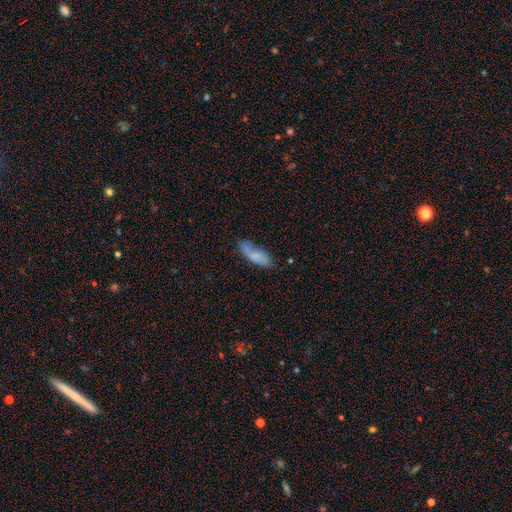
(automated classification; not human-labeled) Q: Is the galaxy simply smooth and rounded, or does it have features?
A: smooth — 72%.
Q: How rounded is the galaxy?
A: in between — 59%.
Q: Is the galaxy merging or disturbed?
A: none — 59%.